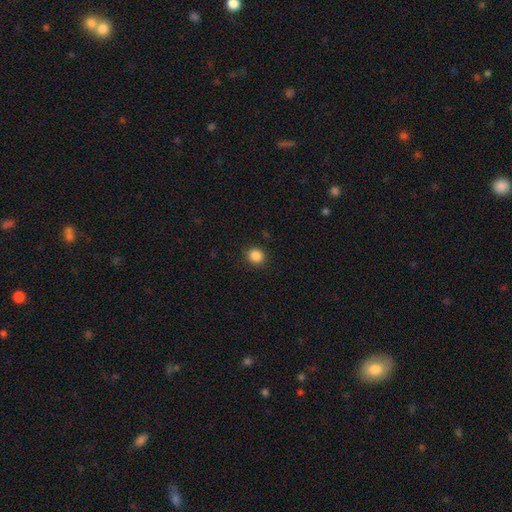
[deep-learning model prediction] smooth-or-featured: smooth: 86% | star or artifact: 11% | featured or disk: 3%
  how-rounded: round: 85% | in between: 14% | cigar-shaped: 1%
  merging: none: 90% | minor disturbance: 7% | major disturbance: 2% | merger: 1%